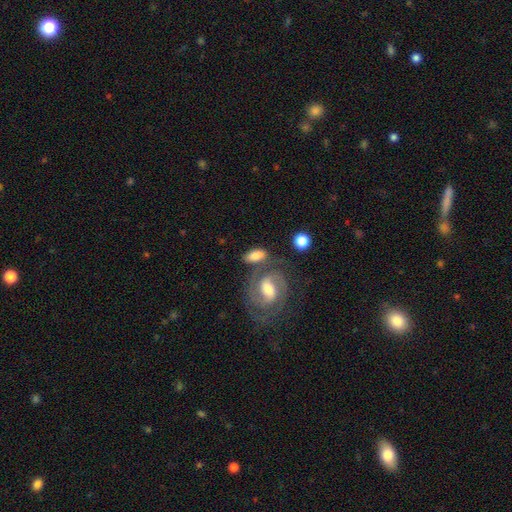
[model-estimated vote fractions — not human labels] Smooth or featured? Predicted: smooth (p=0.60). How rounded? Predicted: in between (p=0.81). Merging? Predicted: none (p=0.55).